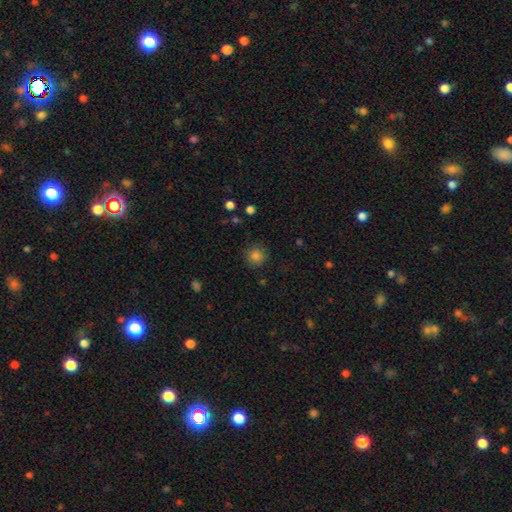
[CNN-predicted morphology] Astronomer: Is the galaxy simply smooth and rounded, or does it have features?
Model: smooth — 84%.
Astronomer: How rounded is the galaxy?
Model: round — 93%.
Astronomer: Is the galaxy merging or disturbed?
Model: none — 87%.